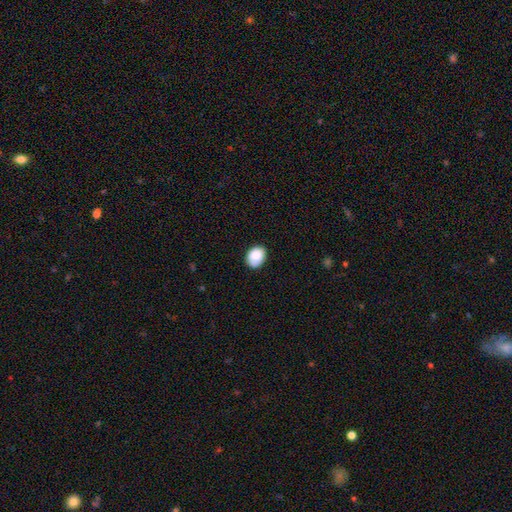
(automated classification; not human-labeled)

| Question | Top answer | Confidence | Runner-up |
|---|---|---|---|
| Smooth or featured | smooth | 86% | star or artifact (8%) |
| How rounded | in between | 62% | round (37%) |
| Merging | none | 74% | minor disturbance (20%) |